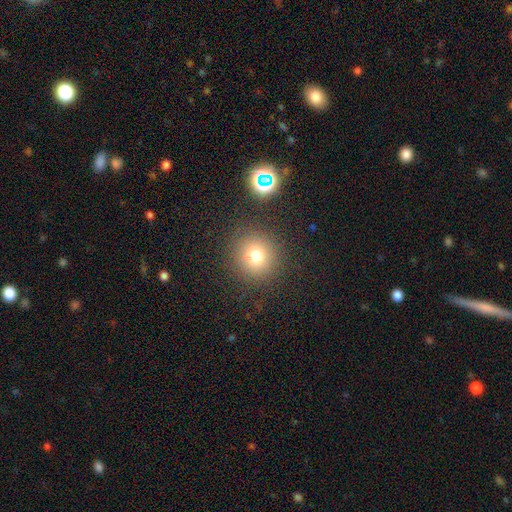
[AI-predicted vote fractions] Smooth or featured? Predicted: smooth (p=0.75). How rounded? Predicted: round (p=0.93). Merging? Predicted: none (p=0.88).